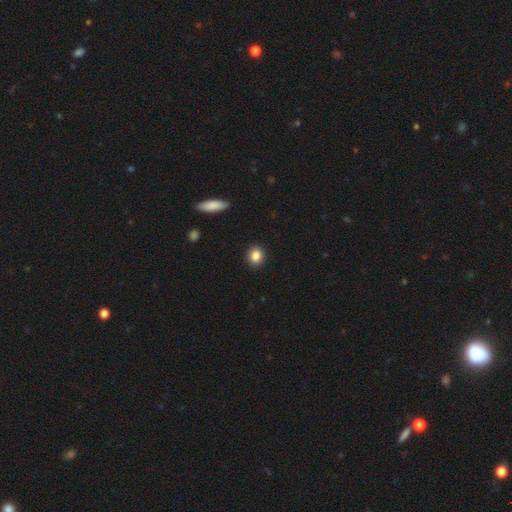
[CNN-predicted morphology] smooth-or-featured: smooth: 86% | star or artifact: 9% | featured or disk: 5%
  how-rounded: round: 73% | in between: 26% | cigar-shaped: 1%
  merging: none: 91% | minor disturbance: 6% | major disturbance: 2% | merger: 1%